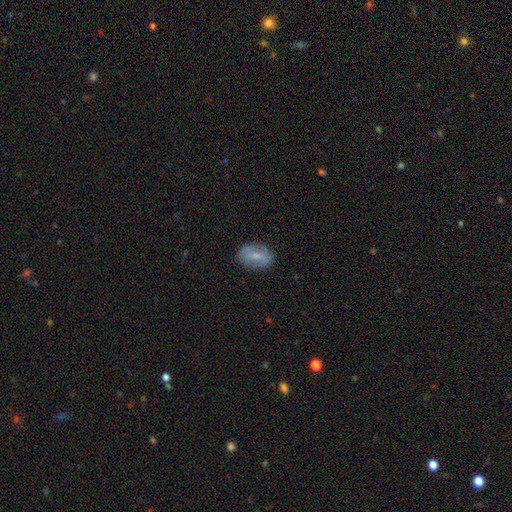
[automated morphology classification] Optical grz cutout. It shows a smooth galaxy with no disk features (64%) that is in between round and cigar-shaped (76%). Merging: none (81%).